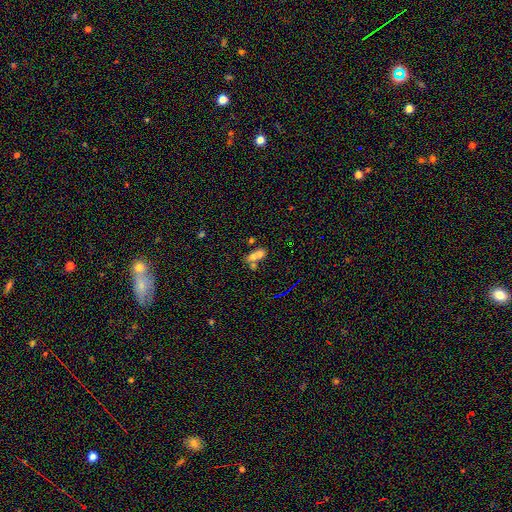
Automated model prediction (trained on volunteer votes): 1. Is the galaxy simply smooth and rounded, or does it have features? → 61% smooth, 24% featured or disk, 16% star or artifact.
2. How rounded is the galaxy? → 62% in between, 30% round, 8% cigar-shaped.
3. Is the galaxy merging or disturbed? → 64% merger, 24% none, 7% minor disturbance, 5% major disturbance.